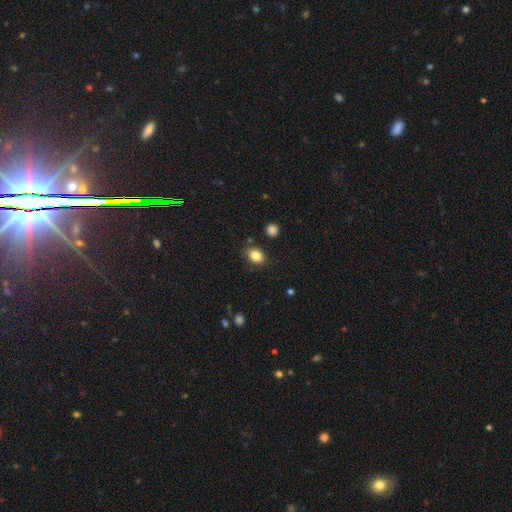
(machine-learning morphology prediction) This is clearly a smooth galaxy (84%). How rounded: likely in between (64%). Merging: clearly none (81%).